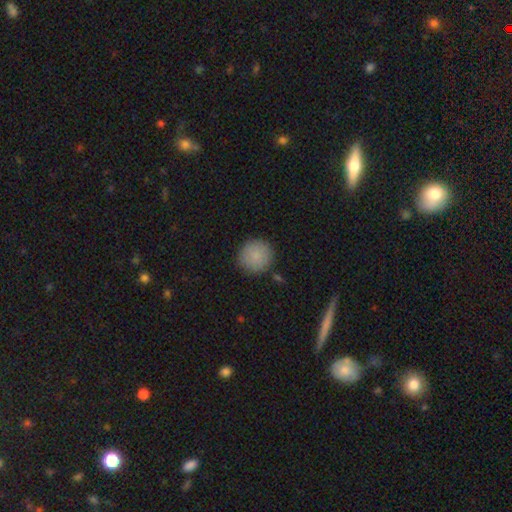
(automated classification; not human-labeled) Q: Smooth or featured?
A: smooth (86%); runner-up: featured or disk (7%)
Q: How rounded?
A: round (95%); runner-up: in between (5%)
Q: Merging?
A: none (87%); runner-up: minor disturbance (9%)